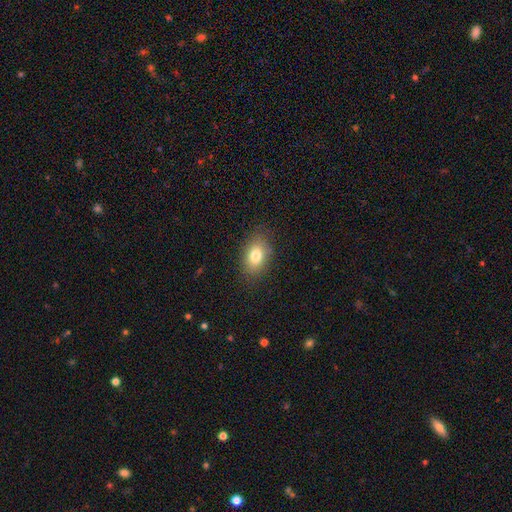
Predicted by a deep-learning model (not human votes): smooth 80%, featured or disk 11%, star or artifact 9%. Down the decision tree: how rounded — in between (83%); merging — none (84%).